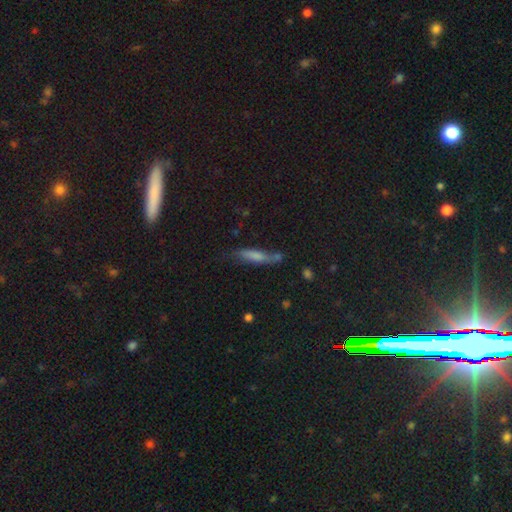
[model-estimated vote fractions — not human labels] smooth-or-featured: smooth: 52% | featured or disk: 33% | star or artifact: 15%
  how-rounded: cigar-shaped: 82% | in between: 15% | round: 3%
  merging: none: 63% | minor disturbance: 22% | merger: 8% | major disturbance: 7%